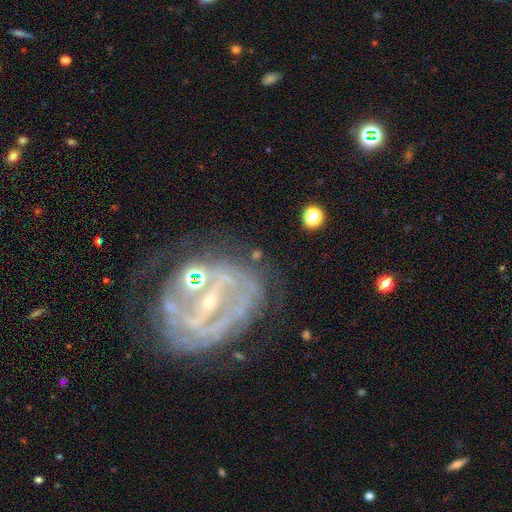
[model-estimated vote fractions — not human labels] A featured or disk galaxy (80%) with a strong bar (52%), 2 (47%) tight (50%) spiral arms (87%) and a small central bulge (68%). Merging: none (64%).